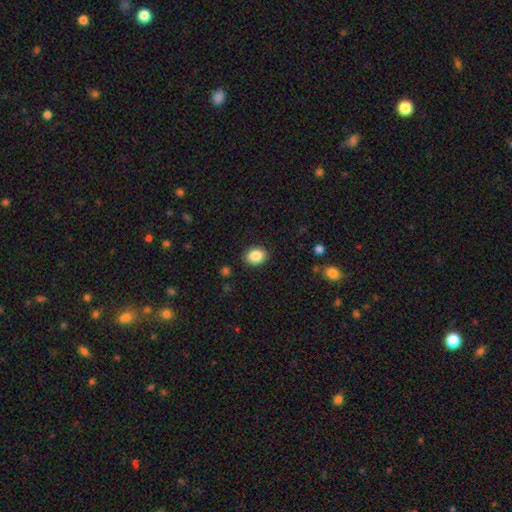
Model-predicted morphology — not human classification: Smooth or featured: smooth — 87% (star or artifact — 8%)
How rounded: in between — 58% (round — 41%)
Merging: none — 88% (minor disturbance — 8%)